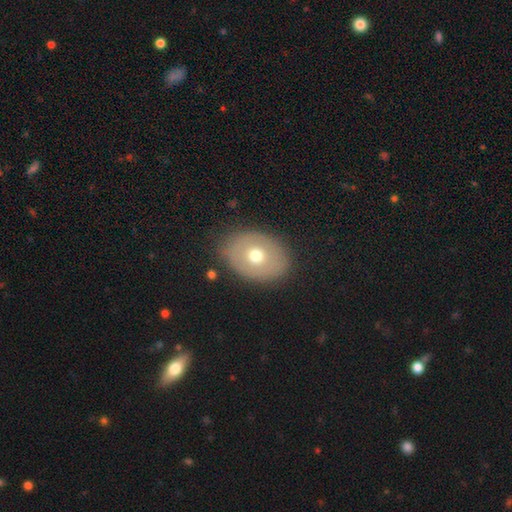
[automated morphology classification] Smooth or featured? smooth (58%)
How rounded? in between (70%)
Merging? none (82%)